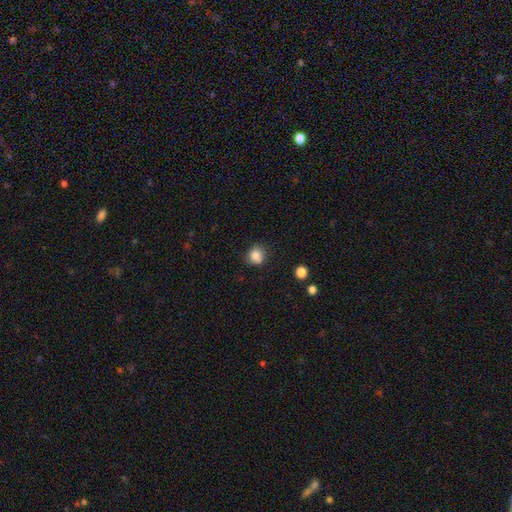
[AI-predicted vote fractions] Smooth or featured? Predicted: smooth (p=0.84). How rounded? Predicted: round (p=0.76). Merging? Predicted: none (p=0.76).